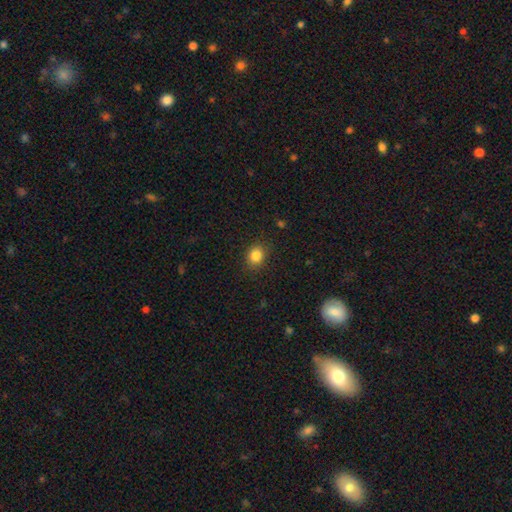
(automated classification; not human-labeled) A smooth galaxy with no disk features (85%) that is round (57%).

Vote fractions:
- Smooth or featured? smooth: 85% / star or artifact: 10% / featured or disk: 5%
- How rounded? round: 57% / in between: 42% / cigar-shaped: 1%
- Merging? none: 87% / minor disturbance: 9% / major disturbance: 3% / merger: 1%